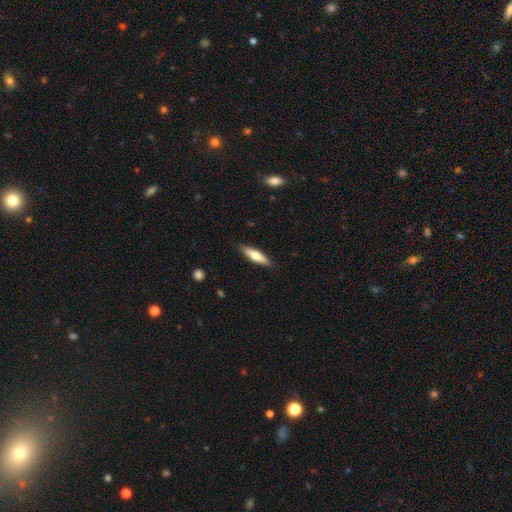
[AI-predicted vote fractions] A smooth galaxy with no disk features (66%) that is cigar-shaped (67%). Merging: none (88%).